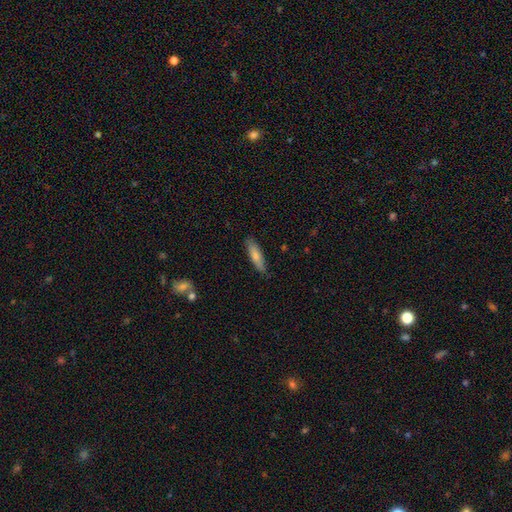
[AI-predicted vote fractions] A smooth galaxy with no disk features (75%) that is cigar-shaped (67%). Merging: none (84%).